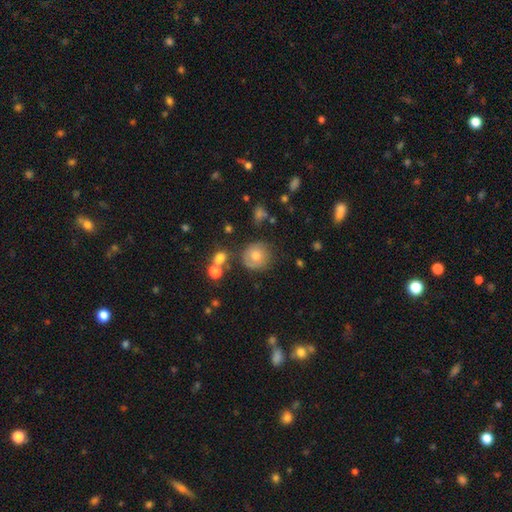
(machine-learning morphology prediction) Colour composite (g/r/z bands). It shows a smooth galaxy with no disk features (67%) that is round (89%). Merging: none (71%).